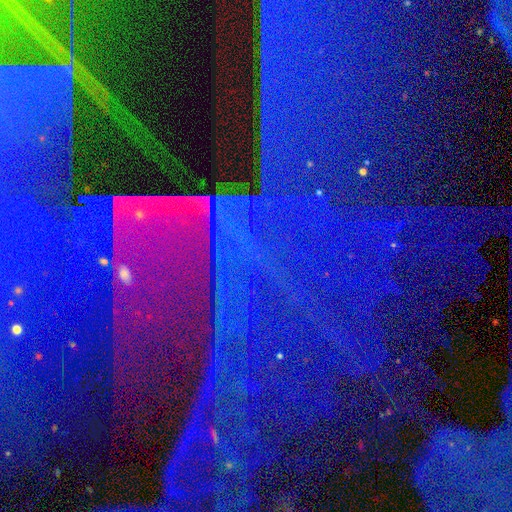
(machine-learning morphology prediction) Smooth or featured? Predicted: star or artifact (p=0.89).